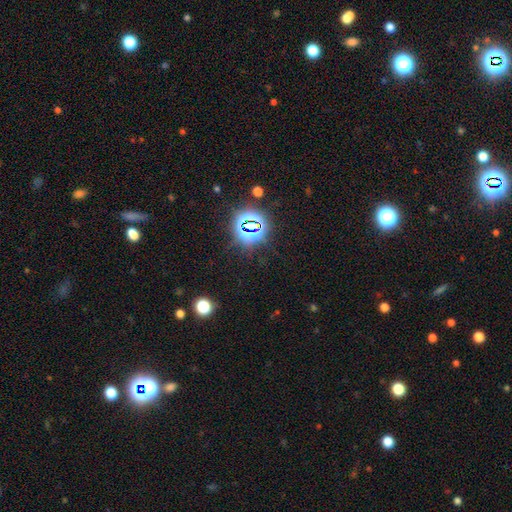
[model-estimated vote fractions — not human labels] Overall: star or artifact (82%).